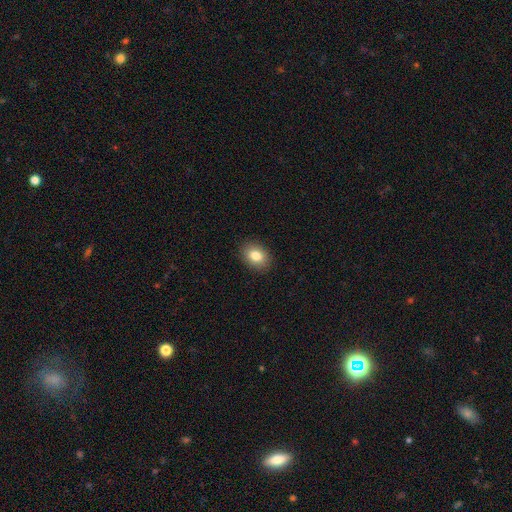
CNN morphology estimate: Overall: smooth (83%). How rounded: in between (72%). Merging: none (89%).